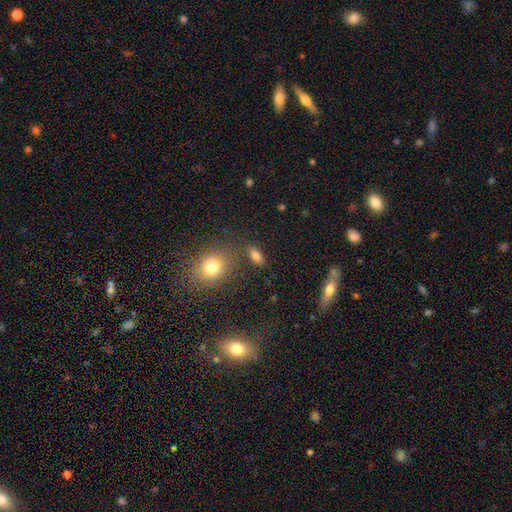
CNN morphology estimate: smooth 80%, star or artifact 13%, featured or disk 7%. Down the decision tree: how rounded — in between (81%); merging — none (78%).